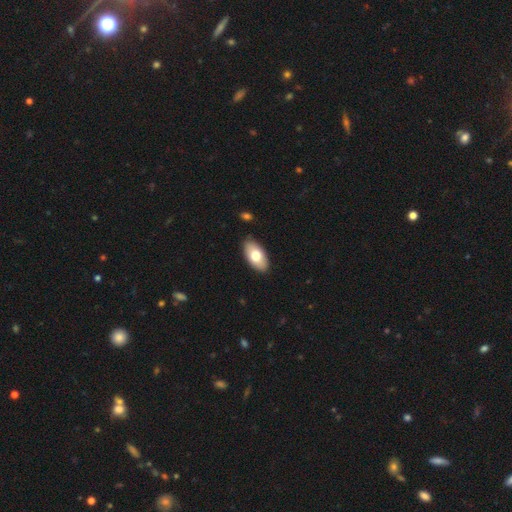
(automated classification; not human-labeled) This is likely a smooth galaxy (72%). How rounded: clearly in between (94%). Merging: clearly none (87%).